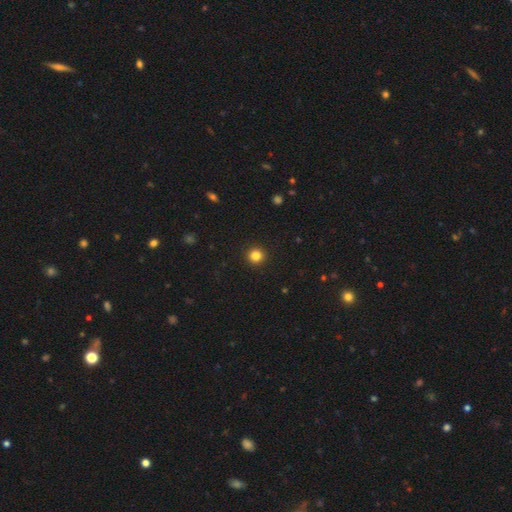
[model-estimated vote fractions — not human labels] Q: Smooth or featured?
A: smooth (84%); runner-up: star or artifact (12%)
Q: How rounded?
A: round (95%); runner-up: in between (4%)
Q: Merging?
A: none (93%); runner-up: minor disturbance (4%)